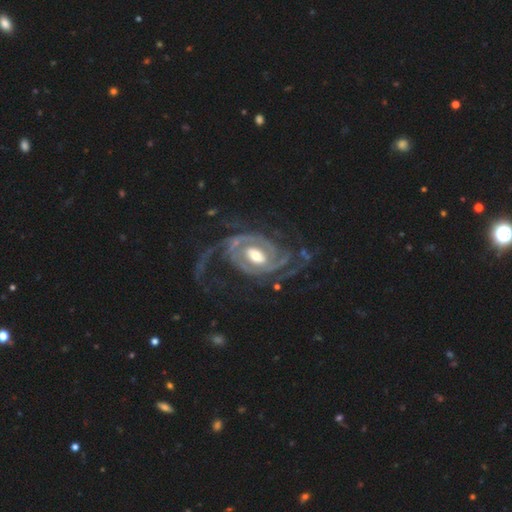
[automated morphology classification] The model was most divided on "bar": no: 39%, weak: 37%, strong: 24%. Remaining: edge-on disk — no (98%); spiral arms — yes (97%); smooth or featured — featured or disk (92%); bulge size — moderate (64%); merging — none (53%); spiral winding — tight (43%); spiral arm count — 2 (40%).